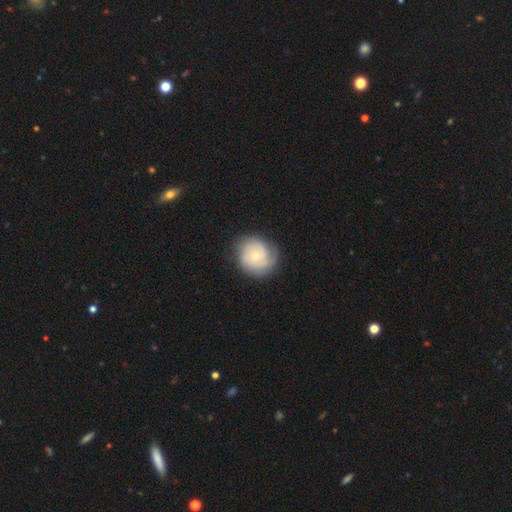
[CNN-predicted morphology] A featured or disk galaxy (58%) with no bar (80%), spiral arms (85%) and a small central bulge (61%).

Vote fractions:
- Smooth or featured? featured or disk: 58% / smooth: 35% / star or artifact: 6%
- Edge-on disk? no: 98% / yes: 2%
- Bar? no: 80% / weak: 18% / strong: 3%
- Spiral arms? yes: 85% / no: 15%
- Bulge size? small: 61% / moderate: 34% / large: 2% / none: 2% / dominant: 1%
- Merging? none: 72% / minor disturbance: 20% / major disturbance: 7% / merger: 1%